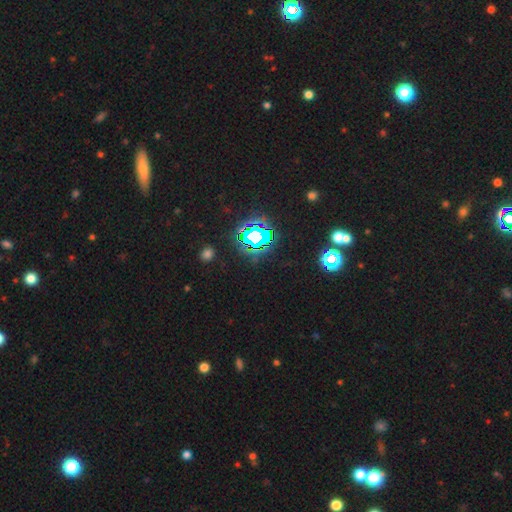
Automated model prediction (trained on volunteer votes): Overall: star or artifact (80%).